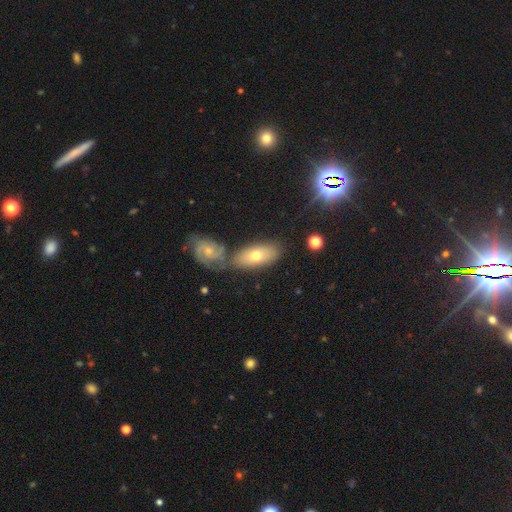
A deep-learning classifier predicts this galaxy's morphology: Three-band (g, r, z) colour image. It shows a smooth galaxy with no disk features (63%) that is in between round and cigar-shaped (86%). Merging: none (57%).